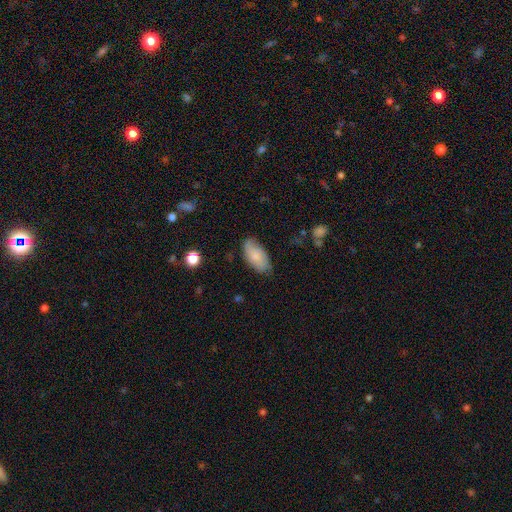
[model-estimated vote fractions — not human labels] Smooth or featured? Predicted: smooth (p=0.75). How rounded? Predicted: in between (p=0.93). Merging? Predicted: none (p=0.74).